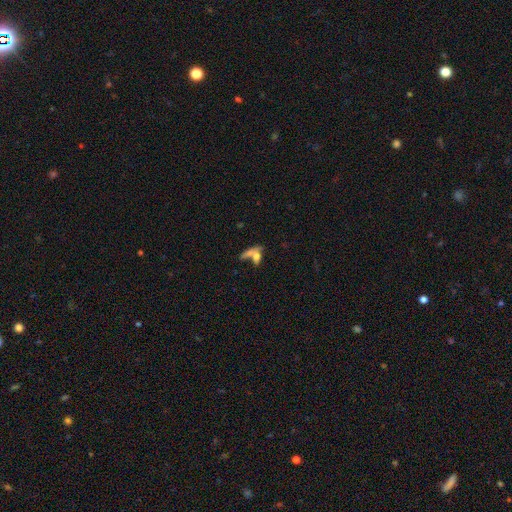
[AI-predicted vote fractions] Smooth or featured? smooth (64%)
How rounded? in between (50%)
Merging? merger (46%)